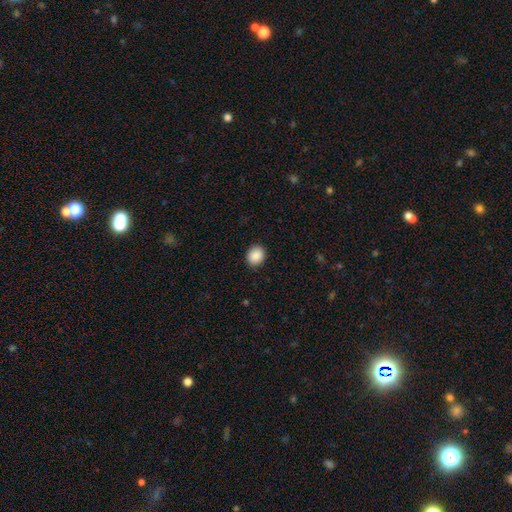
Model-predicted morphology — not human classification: Smooth or featured: smooth — 89% (star or artifact — 8%)
How rounded: round — 66% (in between — 33%)
Merging: none — 91% (minor disturbance — 7%)